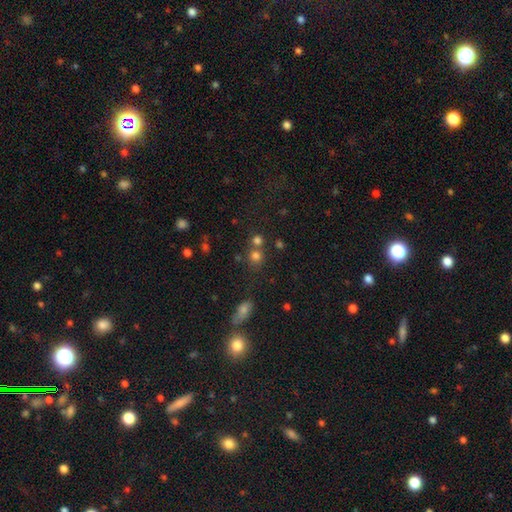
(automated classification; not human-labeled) Morphology: type=smooth (74%); roundness=round (86%); merging=none (60%).